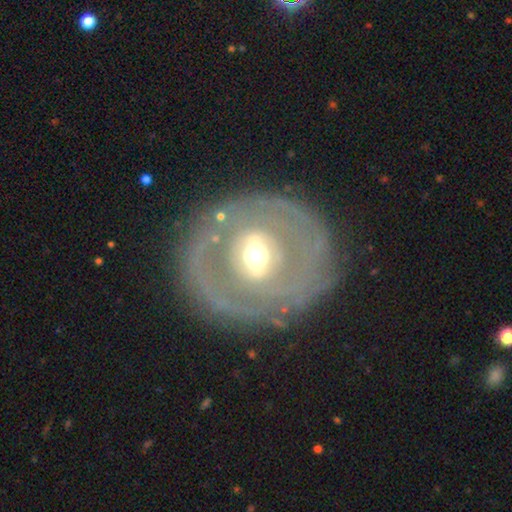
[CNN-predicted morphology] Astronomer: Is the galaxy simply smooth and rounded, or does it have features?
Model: featured or disk — 73%.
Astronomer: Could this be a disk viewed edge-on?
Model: no — 92%.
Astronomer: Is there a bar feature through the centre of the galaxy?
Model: strong — 39% (runner-up: weak, 37%).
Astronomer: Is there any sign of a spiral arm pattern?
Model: no — 64%.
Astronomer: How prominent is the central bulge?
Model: moderate — 67%.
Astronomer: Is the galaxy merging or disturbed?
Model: none — 78%.